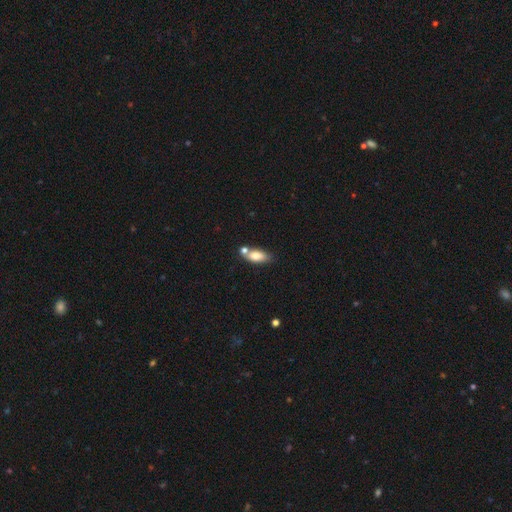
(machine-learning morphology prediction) Q: Smooth or featured?
A: smooth (78%); runner-up: featured or disk (14%)
Q: How rounded?
A: in between (84%); runner-up: cigar-shaped (12%)
Q: Merging?
A: none (54%); runner-up: merger (27%)